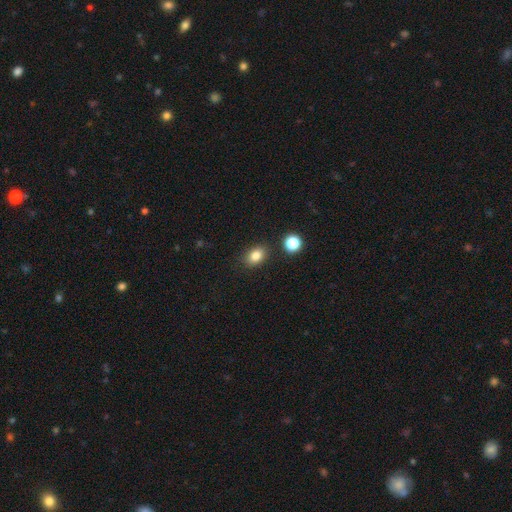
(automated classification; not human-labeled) smooth 82%, star or artifact 11%, featured or disk 7%. Down the decision tree: how rounded — in between (72%); merging — none (84%).